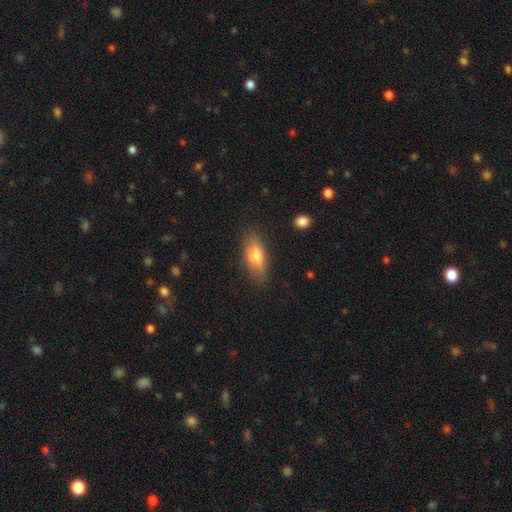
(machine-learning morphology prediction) Q: Smooth or featured?
A: smooth (67%); runner-up: featured or disk (26%)
Q: How rounded?
A: in between (69%); runner-up: cigar-shaped (27%)
Q: Merging?
A: none (79%); runner-up: minor disturbance (15%)